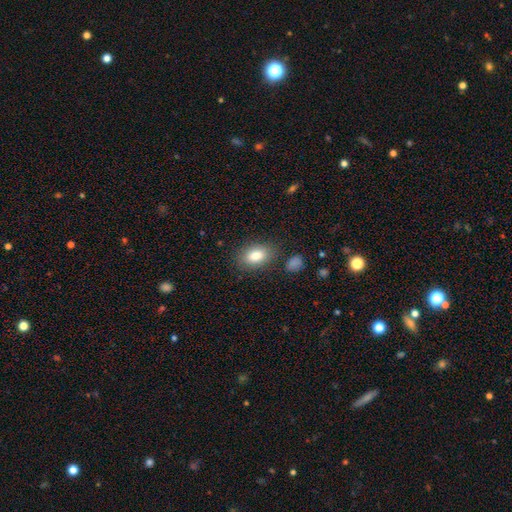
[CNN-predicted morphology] This is clearly a smooth galaxy (83%). How rounded: clearly in between (84%). Merging: clearly none (81%).